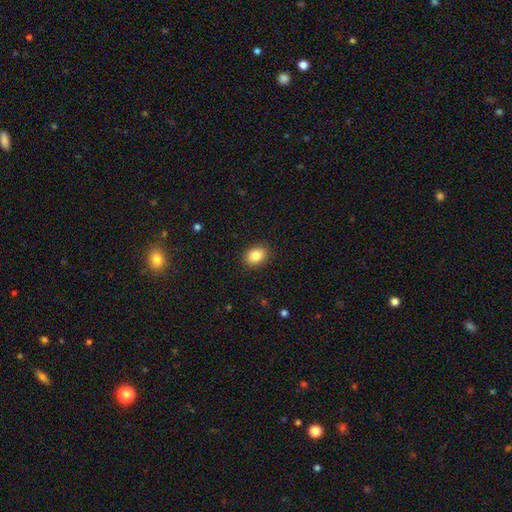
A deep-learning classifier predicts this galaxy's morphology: smooth_or_featured: smooth (p=0.85) [alt: star or artifact p=0.08]
how_rounded: in between (p=0.69) [alt: round p=0.29]
merging: none (p=0.89) [alt: minor disturbance p=0.08]